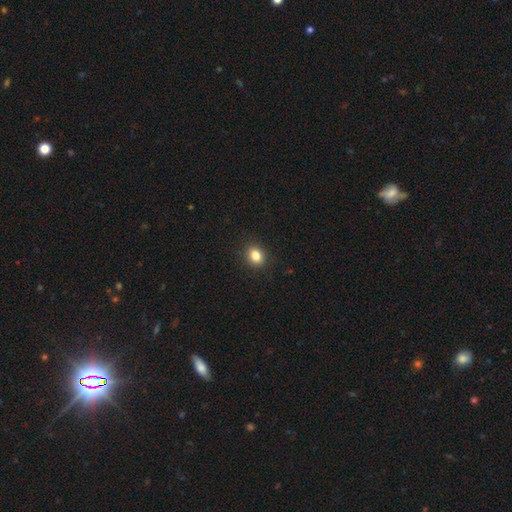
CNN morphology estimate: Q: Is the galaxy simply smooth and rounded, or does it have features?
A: smooth — 84%.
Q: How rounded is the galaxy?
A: in between — 50%.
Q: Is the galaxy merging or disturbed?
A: none — 89%.